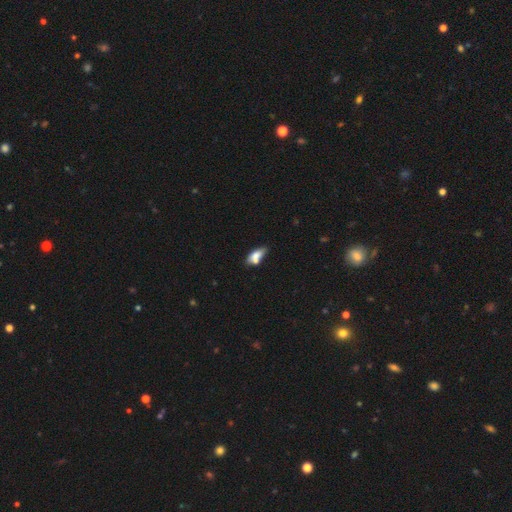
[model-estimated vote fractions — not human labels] smooth-or-featured: smooth: 70% | featured or disk: 21% | star or artifact: 9%
  how-rounded: in between: 79% | cigar-shaped: 16% | round: 4%
  merging: none: 37% | merger: 28% | minor disturbance: 25% | major disturbance: 10%